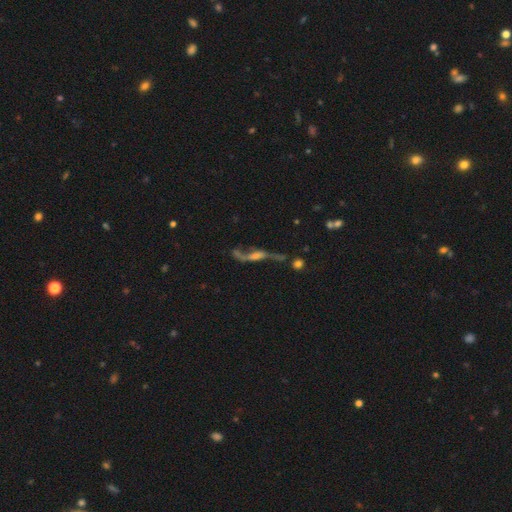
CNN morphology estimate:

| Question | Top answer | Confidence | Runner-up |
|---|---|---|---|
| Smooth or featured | featured or disk | 72% | smooth (18%) |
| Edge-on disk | no | 70% | yes (30%) |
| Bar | no | 44% | weak (35%) |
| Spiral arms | yes | 80% | no (20%) |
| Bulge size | none | 36% | moderate (24%) |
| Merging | none | 40% | major disturbance (25%) |